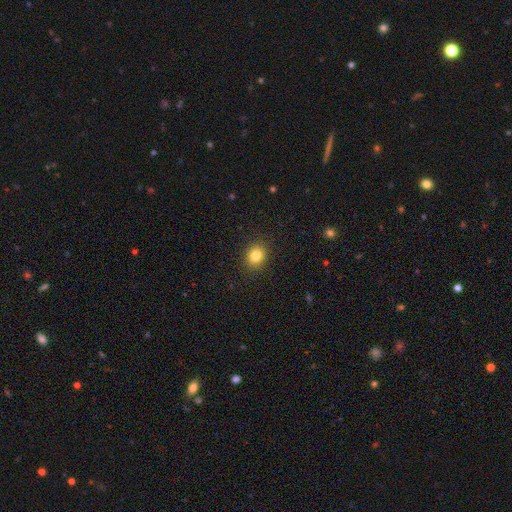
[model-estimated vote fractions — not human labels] This appears to be a smooth galaxy with no disk features (83%) that is round (68%). Merging: none (90%).